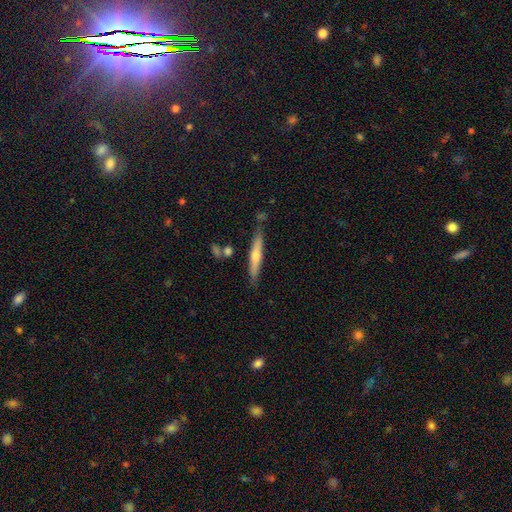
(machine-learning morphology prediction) Overall: featured or disk (53%; smooth 40%). Edge-on disk: yes (94%). Merging: none (81%).